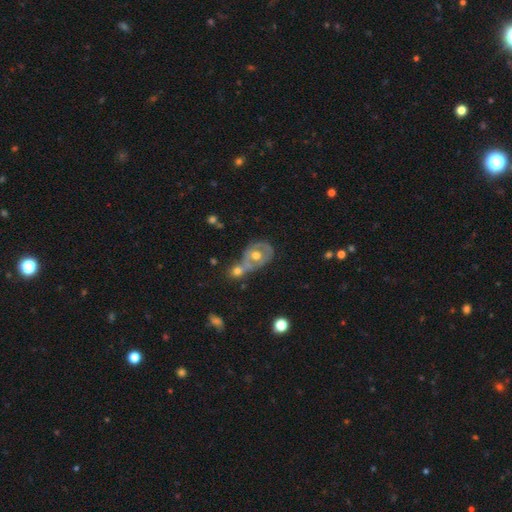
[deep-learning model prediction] Smooth or featured: featured or disk — 58% (smooth — 32%)
Edge-on disk: no — 95% (yes — 5%)
Bar: no — 82% (weak — 14%)
Spiral arms: no — 63% (yes — 37%)
Bulge size: moderate — 77% (small — 11%)
Merging: merger — 49% (none — 30%)